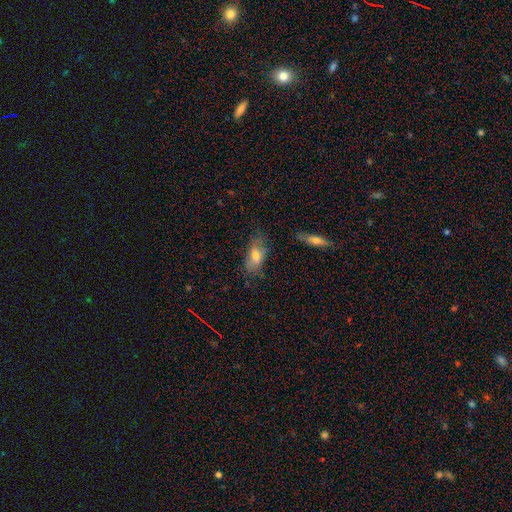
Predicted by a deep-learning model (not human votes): Morphology: type=smooth (65%); roundness=in between (84%); merging=none (67%).